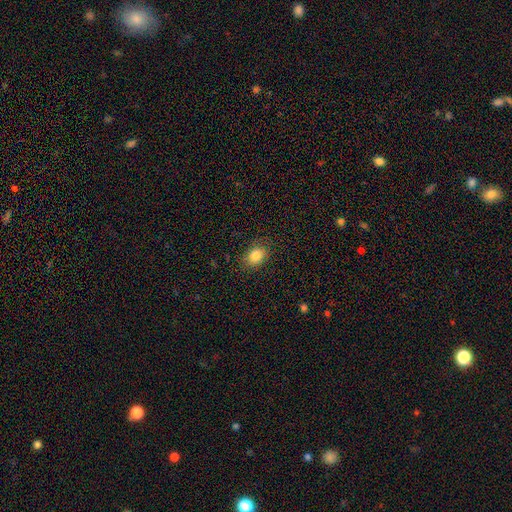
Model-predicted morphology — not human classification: Smooth or featured? smooth (84%)
How rounded? in between (70%)
Merging? none (82%)